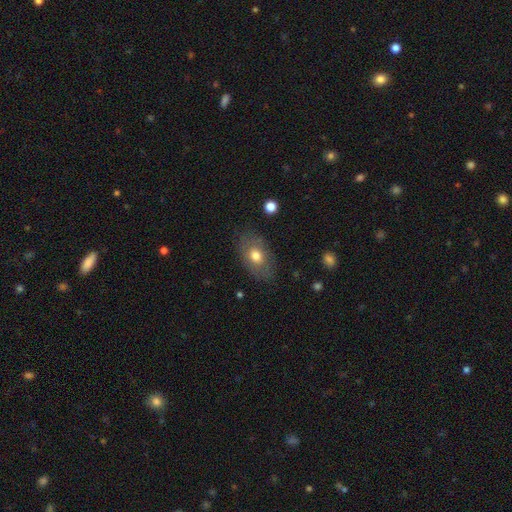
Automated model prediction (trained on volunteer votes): smooth-or-featured: smooth: 67% | featured or disk: 25% | star or artifact: 8%
  how-rounded: in between: 86% | round: 13% | cigar-shaped: 2%
  merging: none: 79% | minor disturbance: 14% | major disturbance: 5% | merger: 1%